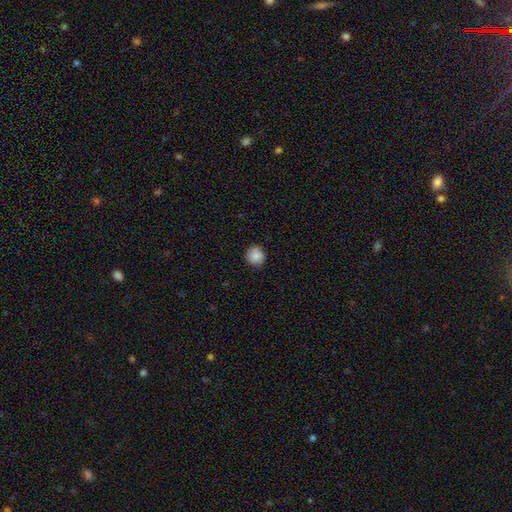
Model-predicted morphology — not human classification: Smooth or featured?
  - smooth: 85% *
  - star or artifact: 8%
  - featured or disk: 6%
How rounded?
  - round: 90% *
  - in between: 9%
  - cigar-shaped: 1%
Merging?
  - none: 86% *
  - minor disturbance: 11%
  - major disturbance: 2%
  - merger: 1%